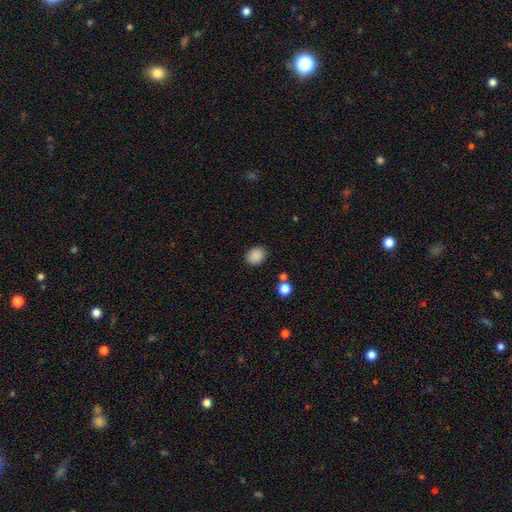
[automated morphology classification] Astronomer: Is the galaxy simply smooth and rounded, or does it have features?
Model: smooth — 88%.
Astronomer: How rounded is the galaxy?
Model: in between — 58% (runner-up: round, 41%).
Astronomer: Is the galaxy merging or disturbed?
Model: none — 86%.